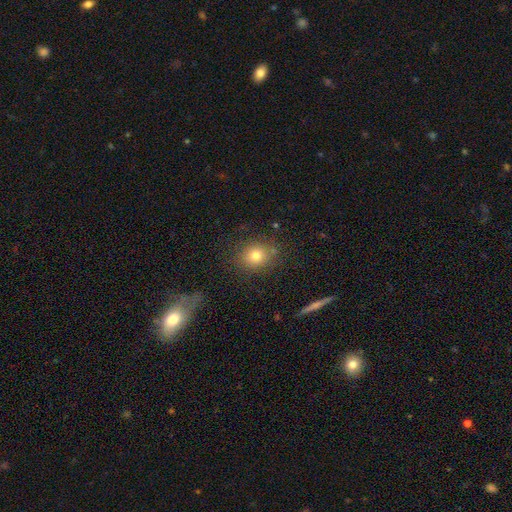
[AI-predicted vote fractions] Smooth or featured? smooth (77%)
How rounded? round (61%)
Merging? none (81%)